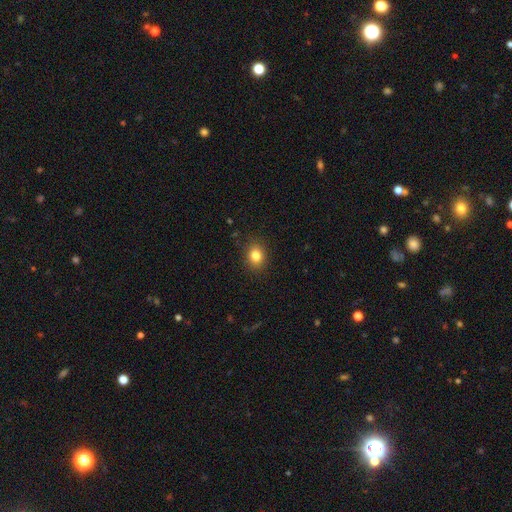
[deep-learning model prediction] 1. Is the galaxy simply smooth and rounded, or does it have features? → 81% smooth, 12% star or artifact, 7% featured or disk.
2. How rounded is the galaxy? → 57% round, 42% in between, 1% cigar-shaped.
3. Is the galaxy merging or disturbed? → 89% none, 8% minor disturbance, 2% major disturbance, 1% merger.